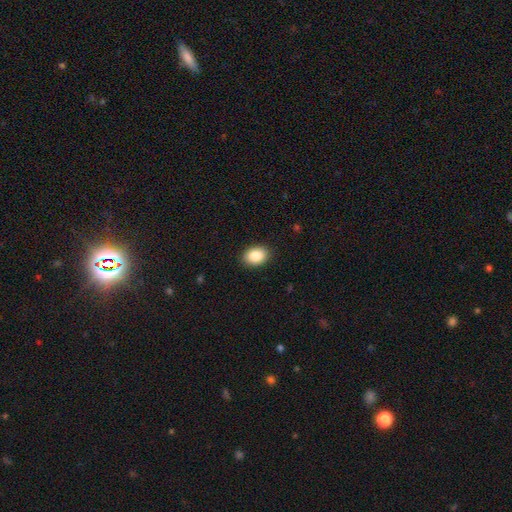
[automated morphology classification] Smooth or featured: smooth — 88% (star or artifact — 7%)
How rounded: in between — 75% (round — 24%)
Merging: none — 89% (minor disturbance — 8%)